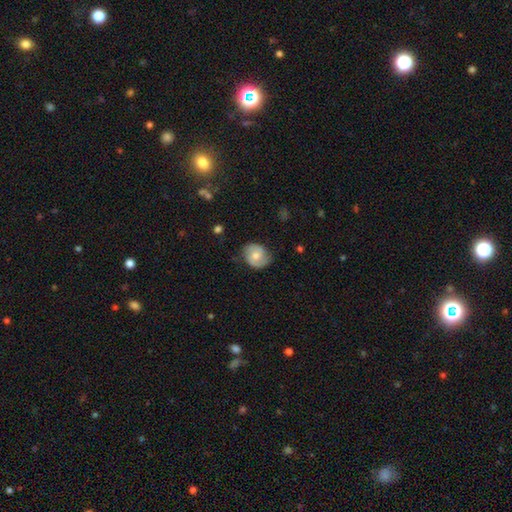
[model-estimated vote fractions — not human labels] Smooth or featured: featured or disk — 48% (smooth — 45%)
Merging: none — 73% (minor disturbance — 21%)